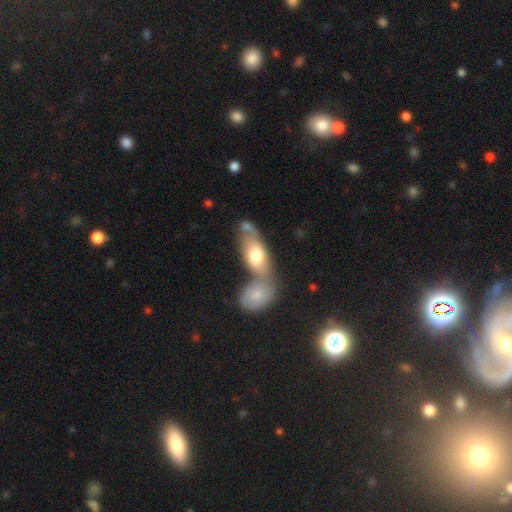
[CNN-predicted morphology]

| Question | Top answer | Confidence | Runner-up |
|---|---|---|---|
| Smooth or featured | smooth | 65% | featured or disk (30%) |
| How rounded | in between | 82% | cigar-shaped (13%) |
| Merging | merger | 56% | none (28%) |